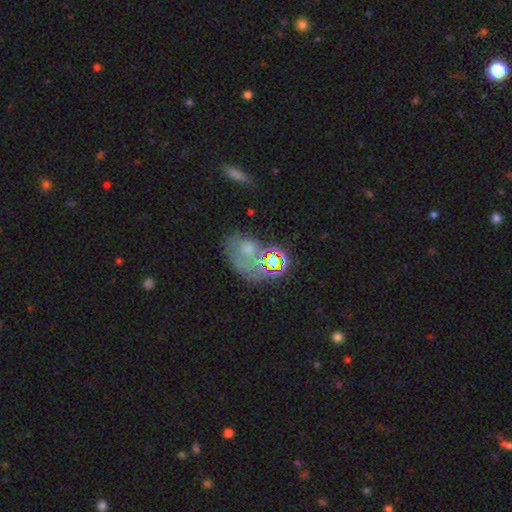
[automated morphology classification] The model was most divided on "merging": merger: 37%, none: 35%, major disturbance: 14%, minor disturbance: 14%. Remaining: smooth or featured — featured or disk (41%).